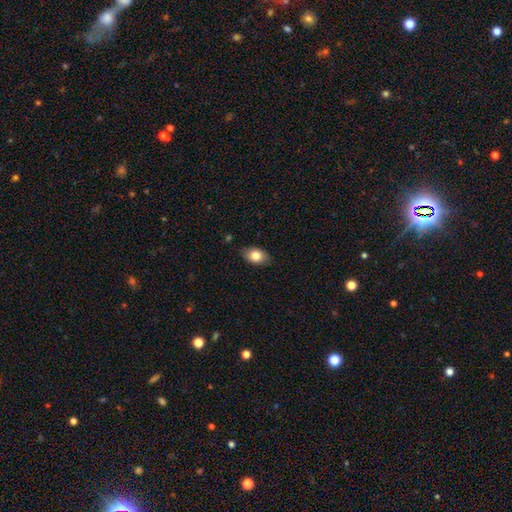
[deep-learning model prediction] A smooth galaxy with no disk features (81%) that is in between round and cigar-shaped (85%). Merging: none (82%).